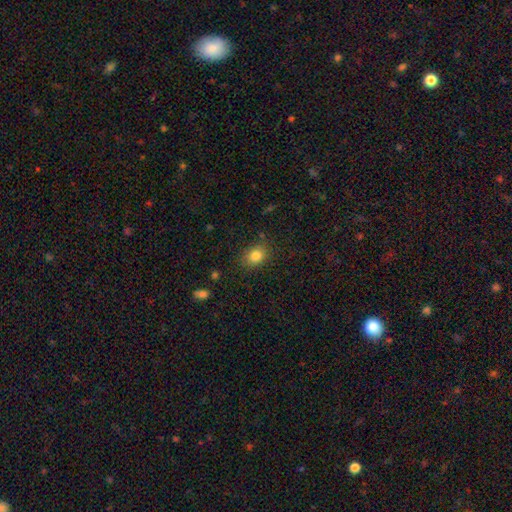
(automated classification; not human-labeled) Morphology: type=smooth (83%); roundness=in between (58%); merging=none (82%).